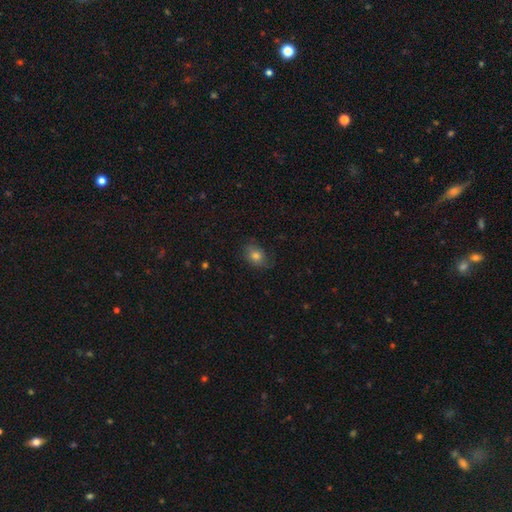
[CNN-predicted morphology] Smooth or featured? smooth (77%)
How rounded? in between (61%)
Merging? none (73%)